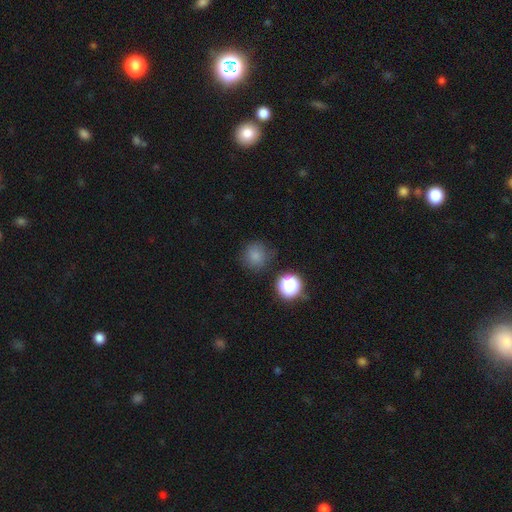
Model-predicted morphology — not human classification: Smooth or featured?
  - smooth: 78% *
  - star or artifact: 16%
  - featured or disk: 6%
How rounded?
  - round: 91% *
  - in between: 8%
  - cigar-shaped: 1%
Merging?
  - none: 80% *
  - minor disturbance: 13%
  - major disturbance: 4%
  - merger: 3%